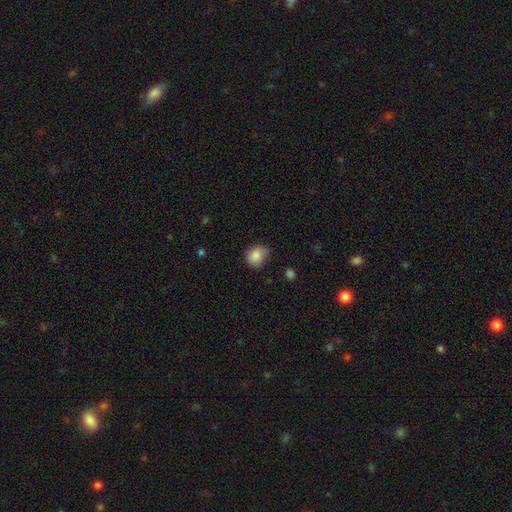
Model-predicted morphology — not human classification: This appears to be a smooth galaxy with no disk features (85%) that is round (65%). Merging: none (56%).